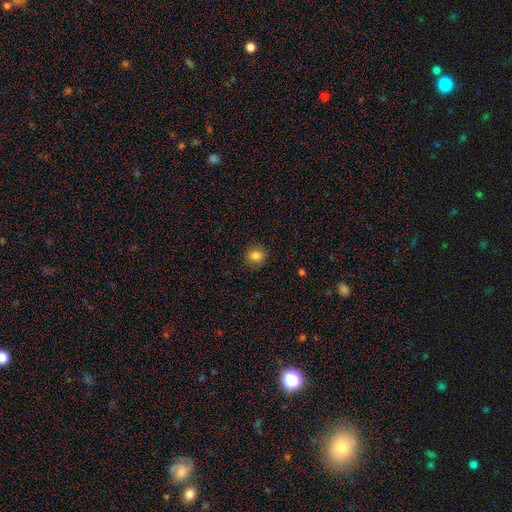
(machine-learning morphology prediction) Smooth or featured? smooth (83%)
How rounded? round (82%)
Merging? none (86%)